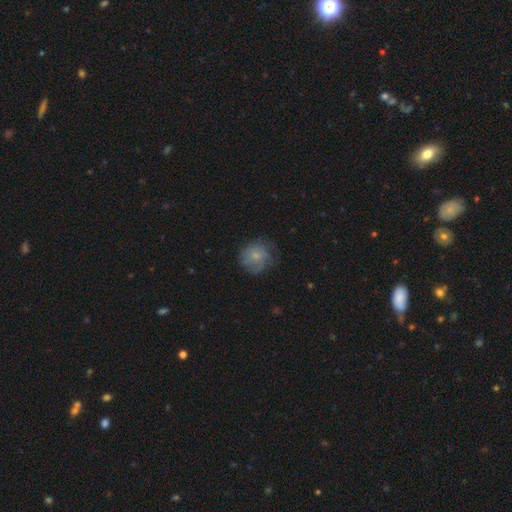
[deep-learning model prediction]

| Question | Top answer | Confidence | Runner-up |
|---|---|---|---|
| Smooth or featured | smooth | 61% | featured or disk (30%) |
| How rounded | round | 84% | in between (15%) |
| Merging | none | 62% | minor disturbance (24%) |